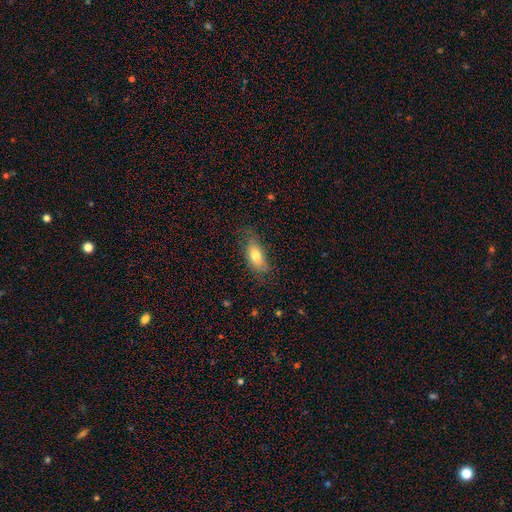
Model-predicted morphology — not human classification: The model was most divided on "merging": none: 67%, minor disturbance: 24%, major disturbance: 8%, merger: 1%. More confident: how rounded — in between (82%); smooth or featured — smooth (72%).